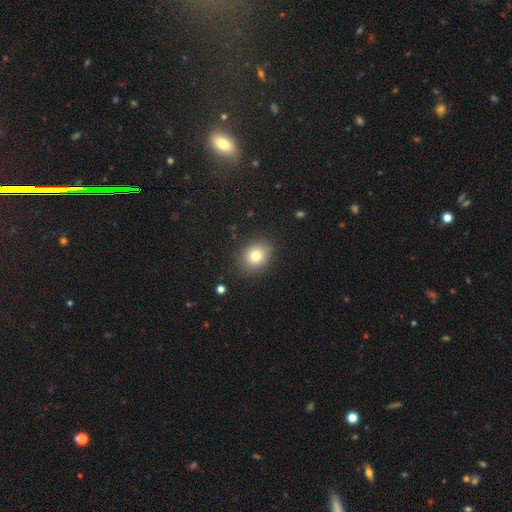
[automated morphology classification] A smooth galaxy with no disk features (79%) that is round (61%). Merging: none (85%).